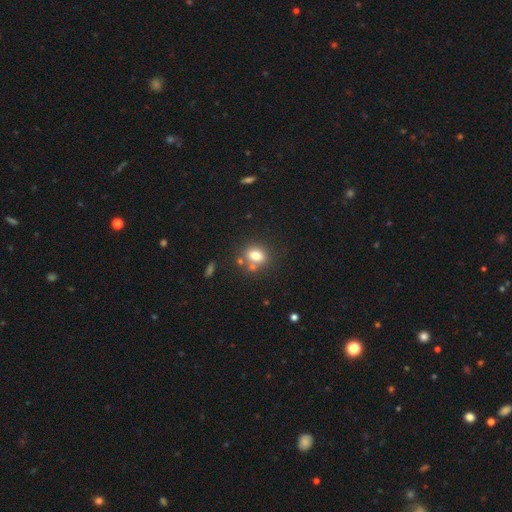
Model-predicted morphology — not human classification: This is likely a smooth galaxy (76%). How rounded: possibly in between (50%). Merging: likely none (65%).